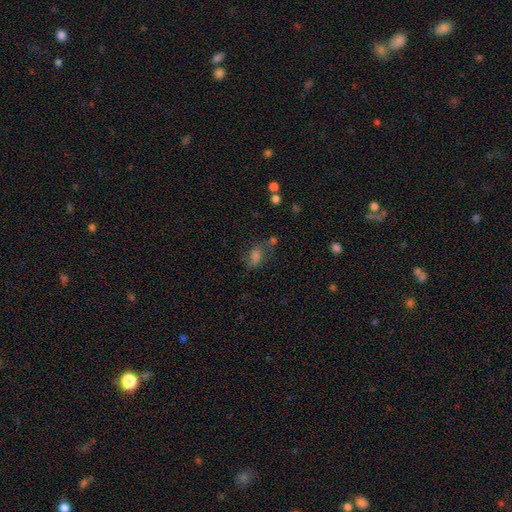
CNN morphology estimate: Smooth or featured? smooth (45%)
Merging? none (53%)